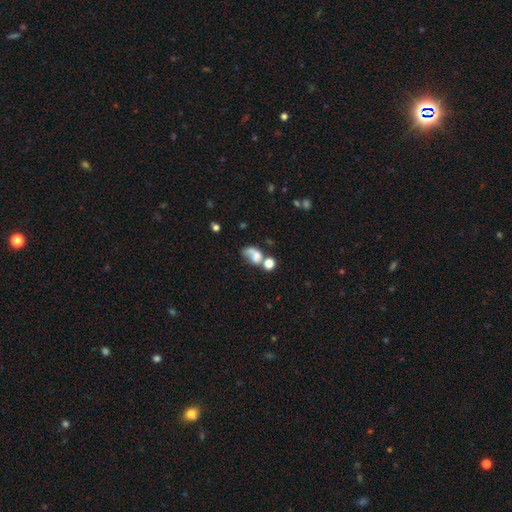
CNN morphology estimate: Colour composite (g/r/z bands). It shows a smooth galaxy with no disk features (53%) that is in between round and cigar-shaped (66%). Merging: merger (41%).